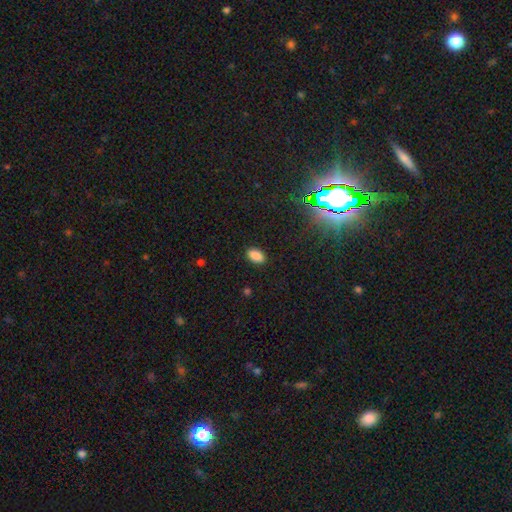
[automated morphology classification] The model was most divided on "smooth or featured": smooth: 85%, star or artifact: 11%, featured or disk: 4%. More confident: how rounded — in between (92%); merging — none (89%).